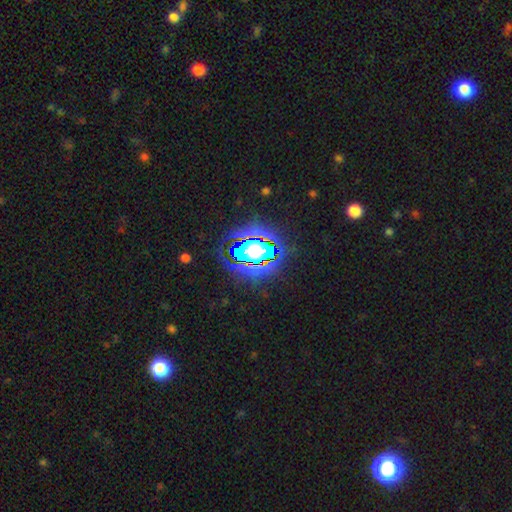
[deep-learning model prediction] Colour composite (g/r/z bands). It shows a star or artifact, not a galaxy (60%).